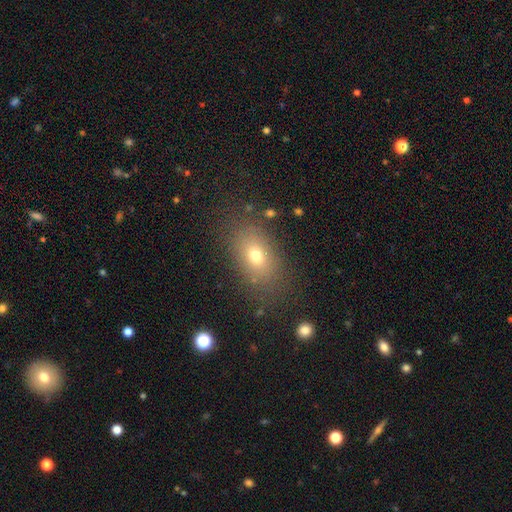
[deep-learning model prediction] Overall: smooth (71%). How rounded: in between (81%). Merging: none (81%).